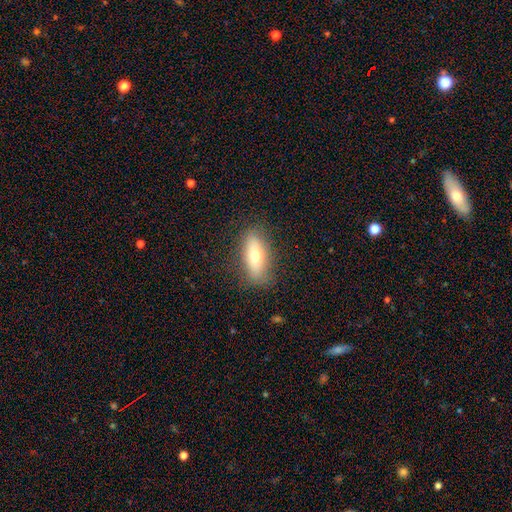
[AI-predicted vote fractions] This is likely a smooth galaxy (64%). How rounded: likely in between (72%). Merging: clearly none (84%).